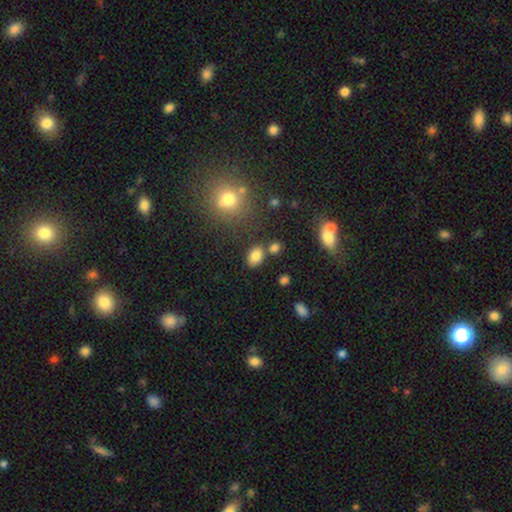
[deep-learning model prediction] smooth-or-featured: smooth: 82% | star or artifact: 11% | featured or disk: 7%
  how-rounded: in between: 79% | round: 19% | cigar-shaped: 1%
  merging: none: 72% | minor disturbance: 13% | merger: 11% | major disturbance: 4%